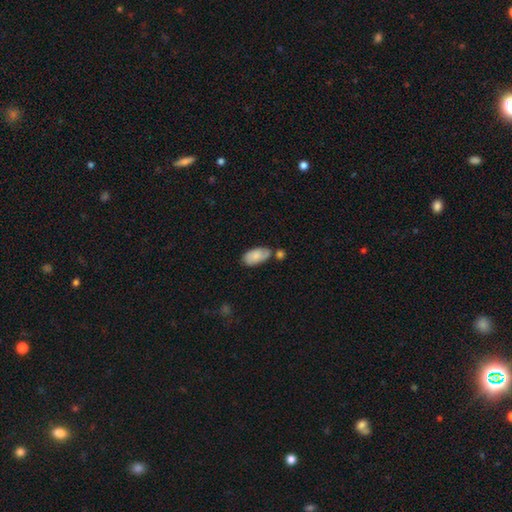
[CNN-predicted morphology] smooth_or_featured: smooth (p=0.79) [alt: featured or disk p=0.15]
how_rounded: in between (p=0.94) [alt: cigar-shaped p=0.03]
merging: none (p=0.57) [alt: minor disturbance p=0.21]